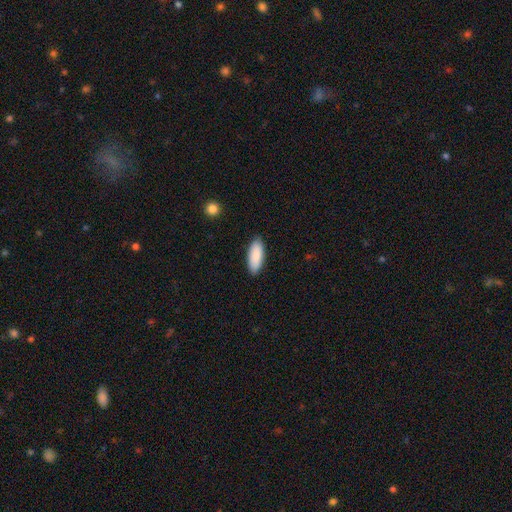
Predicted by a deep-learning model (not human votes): Smooth or featured? Predicted: smooth (p=0.90). How rounded? Predicted: in between (p=0.82). Merging? Predicted: none (p=0.88).